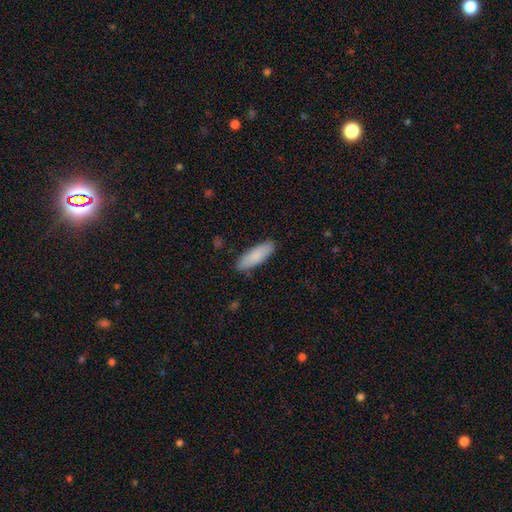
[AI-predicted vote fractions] Smooth or featured?
  - smooth: 86% *
  - featured or disk: 9%
  - star or artifact: 6%
How rounded?
  - in between: 53% *
  - cigar-shaped: 45%
  - round: 2%
Merging?
  - none: 88% *
  - minor disturbance: 9%
  - major disturbance: 2%
  - merger: 1%